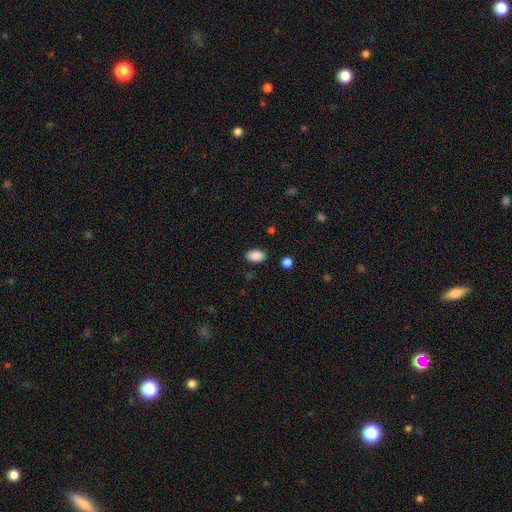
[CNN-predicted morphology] Q: Smooth or featured?
A: smooth (89%); runner-up: star or artifact (8%)
Q: How rounded?
A: in between (89%); runner-up: round (10%)
Q: Merging?
A: none (86%); runner-up: minor disturbance (10%)